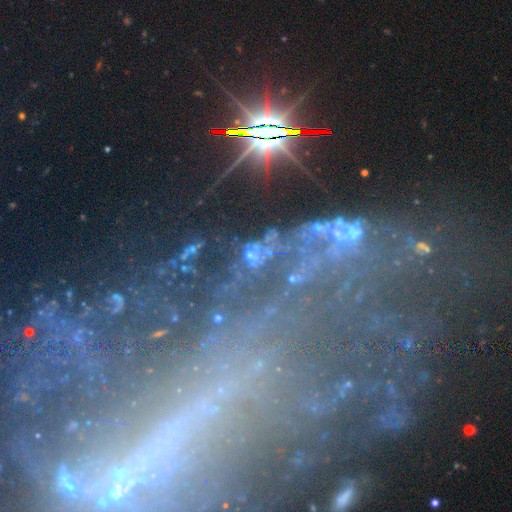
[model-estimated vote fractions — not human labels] Overall: star or artifact (55%; featured or disk 28%).